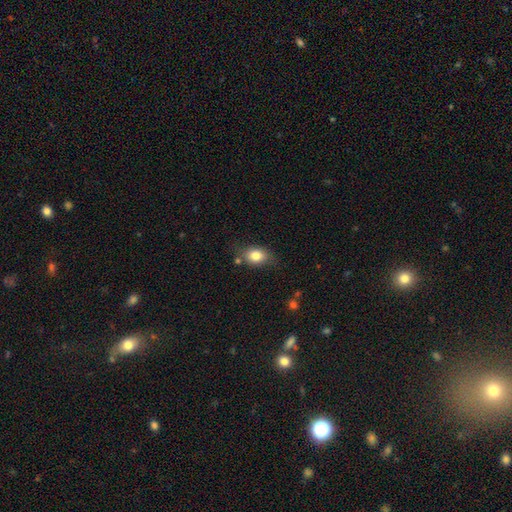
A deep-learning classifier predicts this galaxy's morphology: smooth-or-featured: smooth: 81% | featured or disk: 10% | star or artifact: 9%
  how-rounded: in between: 70% | round: 28% | cigar-shaped: 2%
  merging: none: 69% | minor disturbance: 20% | merger: 6% | major disturbance: 5%